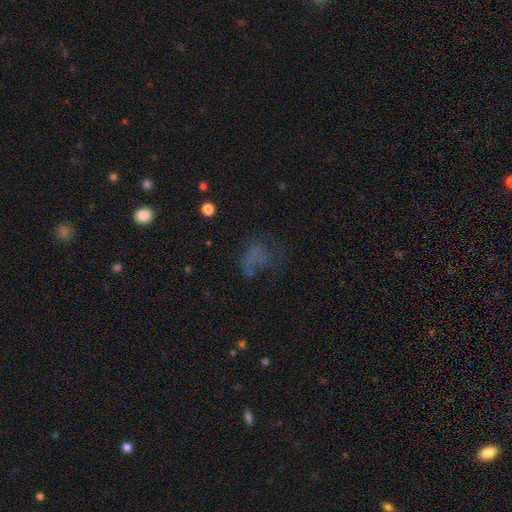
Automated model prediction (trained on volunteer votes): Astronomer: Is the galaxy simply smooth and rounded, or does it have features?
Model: smooth — 43% (runner-up: featured or disk, 31%).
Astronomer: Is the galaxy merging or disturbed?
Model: major disturbance — 40% (runner-up: none, 36%).